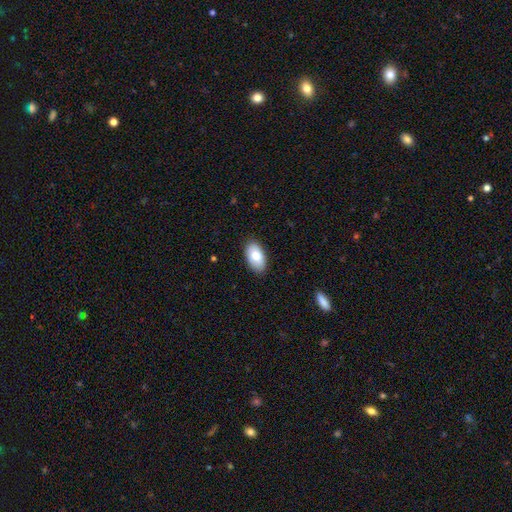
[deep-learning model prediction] This is likely a smooth galaxy (77%). How rounded: clearly in between (94%). Merging: clearly none (86%).